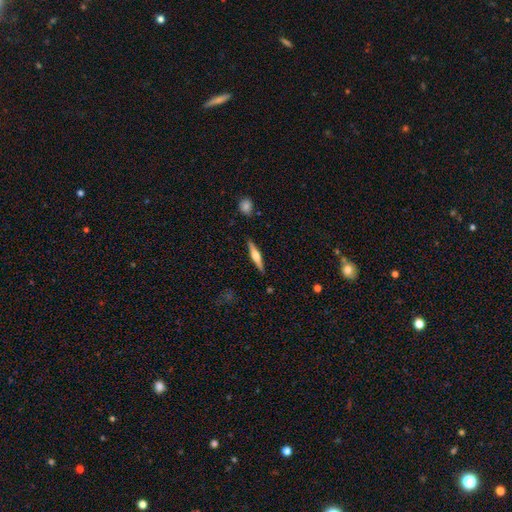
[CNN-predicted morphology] This appears to be a featured or disk galaxy (65%) viewed edge-on (97%) with a rounded central bulge (86%). Merging: none (89%).